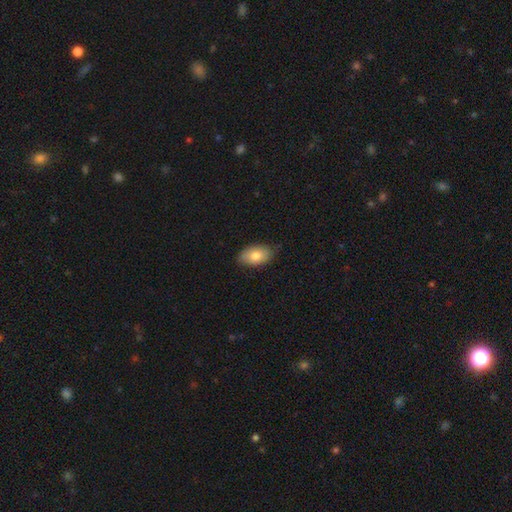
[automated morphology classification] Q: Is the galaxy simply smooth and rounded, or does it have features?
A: smooth — 78%.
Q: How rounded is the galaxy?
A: in between — 92%.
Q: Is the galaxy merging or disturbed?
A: none — 78%.